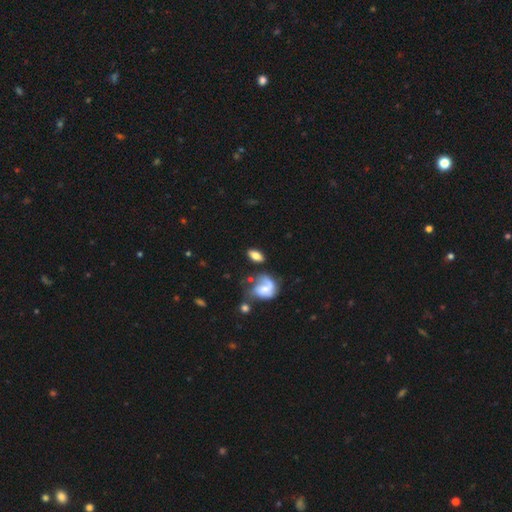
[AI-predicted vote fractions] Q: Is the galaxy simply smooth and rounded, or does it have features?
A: smooth — 71%.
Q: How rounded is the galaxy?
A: in between — 84%.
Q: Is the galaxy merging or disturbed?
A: none — 64%.